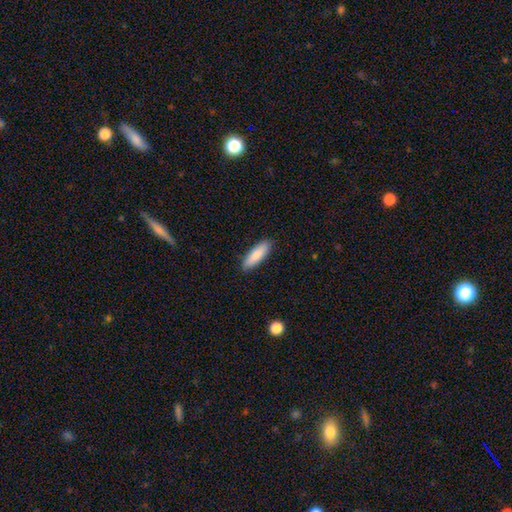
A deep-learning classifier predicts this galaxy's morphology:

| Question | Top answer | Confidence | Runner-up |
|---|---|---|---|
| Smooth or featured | smooth | 84% | featured or disk (10%) |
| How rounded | in between | 51% | cigar-shaped (47%) |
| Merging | none | 90% | minor disturbance (8%) |